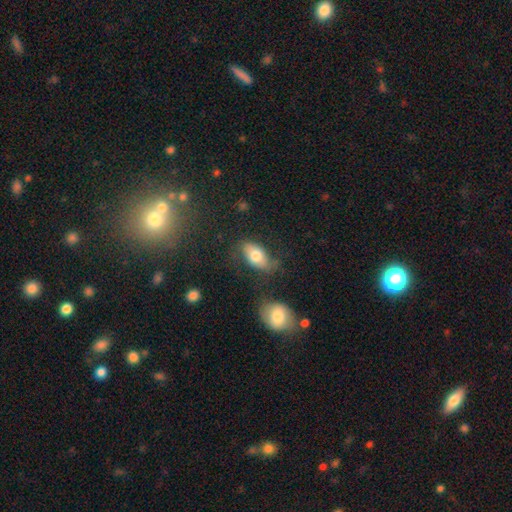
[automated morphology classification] Smooth or featured? Predicted: smooth (p=0.72). How rounded? Predicted: in between (p=0.91). Merging? Predicted: none (p=0.61).